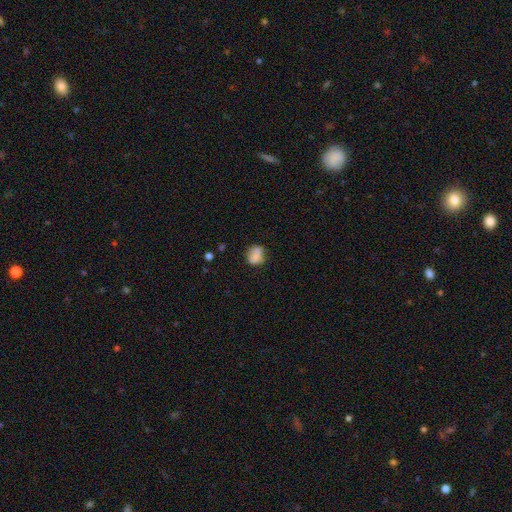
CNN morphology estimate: Q: Smooth or featured?
A: smooth (79%); runner-up: featured or disk (12%)
Q: How rounded?
A: in between (53%); runner-up: round (44%)
Q: Merging?
A: none (68%); runner-up: minor disturbance (22%)